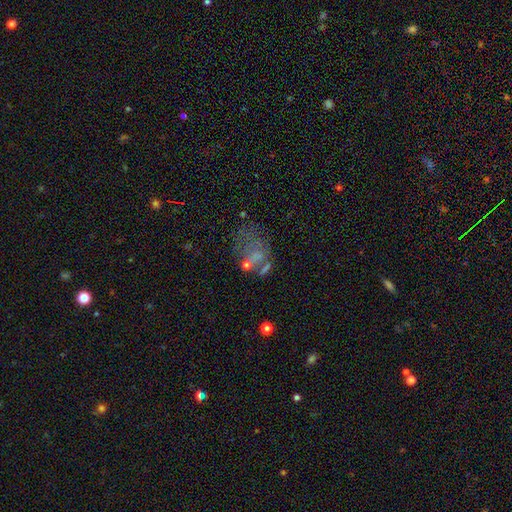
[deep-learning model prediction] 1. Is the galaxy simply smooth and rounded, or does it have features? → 42% featured or disk, 35% smooth, 23% star or artifact.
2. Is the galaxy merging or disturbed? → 35% major disturbance, 31% none, 17% minor disturbance, 16% merger.